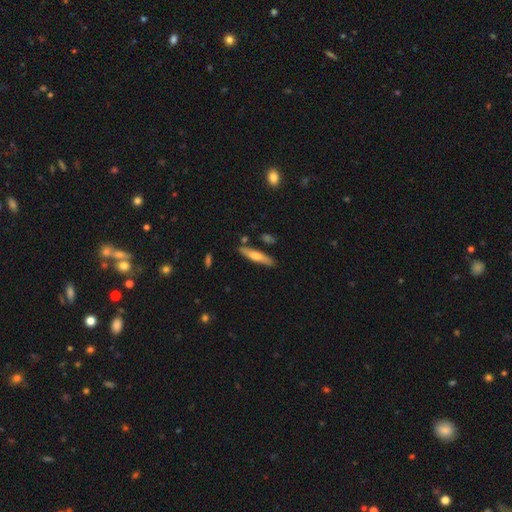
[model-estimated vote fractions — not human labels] This appears to be a smooth galaxy with no disk features (53%) that is cigar-shaped (86%). Merging: none (84%).